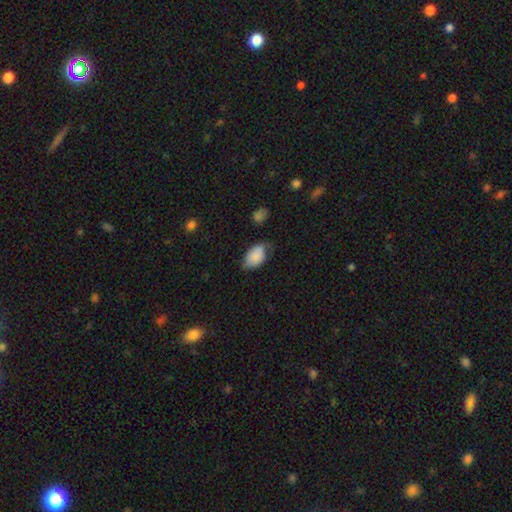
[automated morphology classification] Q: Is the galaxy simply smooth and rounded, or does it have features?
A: smooth — 84%.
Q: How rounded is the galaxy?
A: in between — 92%.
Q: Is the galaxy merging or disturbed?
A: none — 51%.